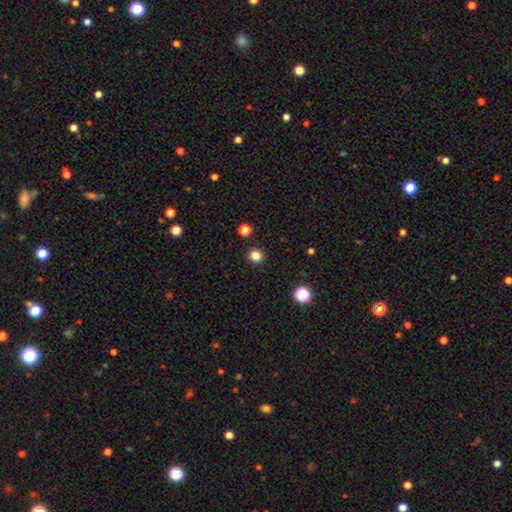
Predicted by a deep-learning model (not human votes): Smooth or featured? Predicted: smooth (p=0.83). How rounded? Predicted: round (p=0.88). Merging? Predicted: none (p=0.92).